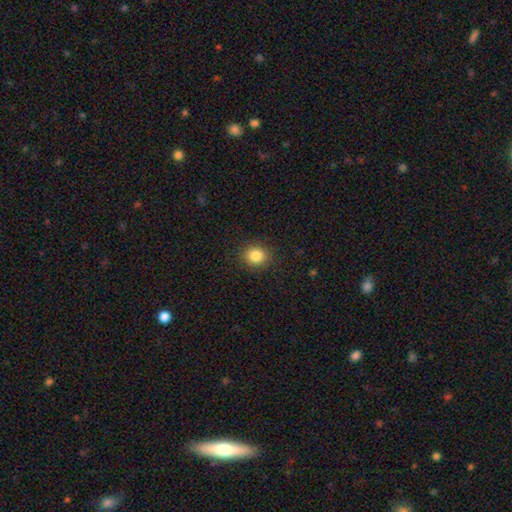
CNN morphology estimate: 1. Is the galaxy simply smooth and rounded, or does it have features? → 84% smooth, 11% star or artifact, 5% featured or disk.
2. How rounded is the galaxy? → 79% round, 20% in between, 1% cigar-shaped.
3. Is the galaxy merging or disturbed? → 90% none, 7% minor disturbance, 2% major disturbance, 1% merger.